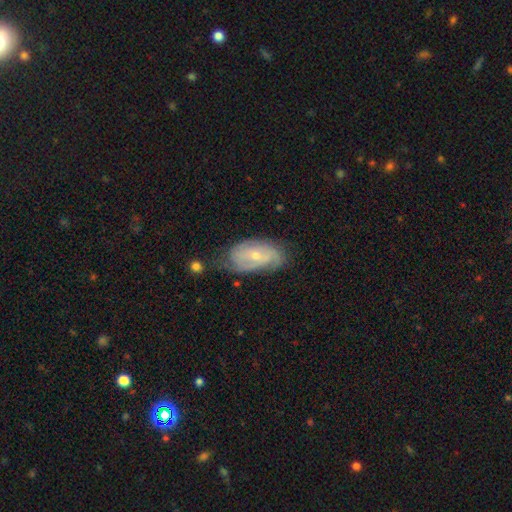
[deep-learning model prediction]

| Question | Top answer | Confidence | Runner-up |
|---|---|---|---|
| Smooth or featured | featured or disk | 69% | smooth (25%) |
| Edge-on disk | no | 94% | yes (6%) |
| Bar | no | 55% | weak (35%) |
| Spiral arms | yes | 84% | no (16%) |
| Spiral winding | tight | 49% | medium (36%) |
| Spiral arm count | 2 | 41% | can't tell (35%) |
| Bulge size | small | 65% | moderate (32%) |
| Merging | none | 55% | minor disturbance (31%) |